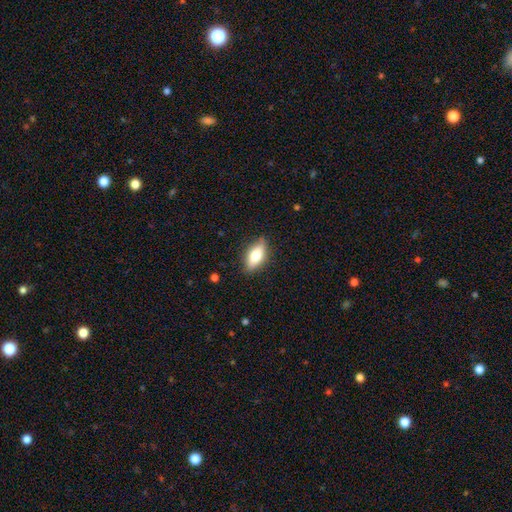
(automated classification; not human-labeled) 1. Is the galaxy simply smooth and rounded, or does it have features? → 64% smooth, 29% featured or disk, 7% star or artifact.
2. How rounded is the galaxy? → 79% in between, 17% cigar-shaped, 4% round.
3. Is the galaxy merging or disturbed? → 84% none, 13% minor disturbance, 3% major disturbance, 1% merger.